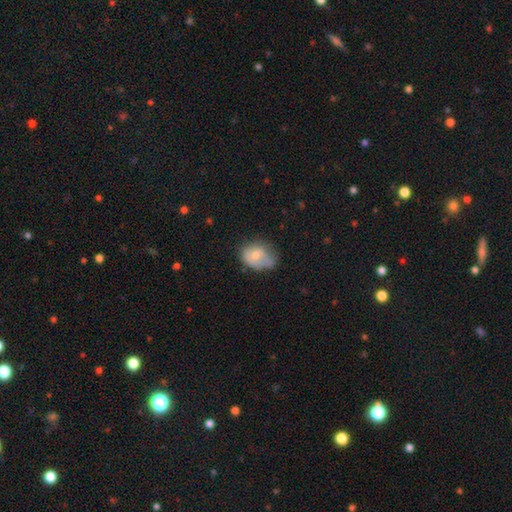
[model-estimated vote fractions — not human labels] This appears to be a smooth galaxy with no disk features (63%) that is in between round and cigar-shaped (56%). Merging: minor disturbance (39%).